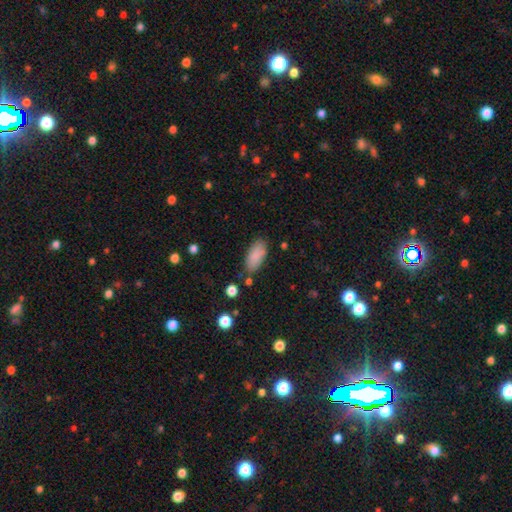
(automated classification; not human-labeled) This is clearly a smooth galaxy (87%). How rounded: clearly in between (89%). Merging: likely none (76%).